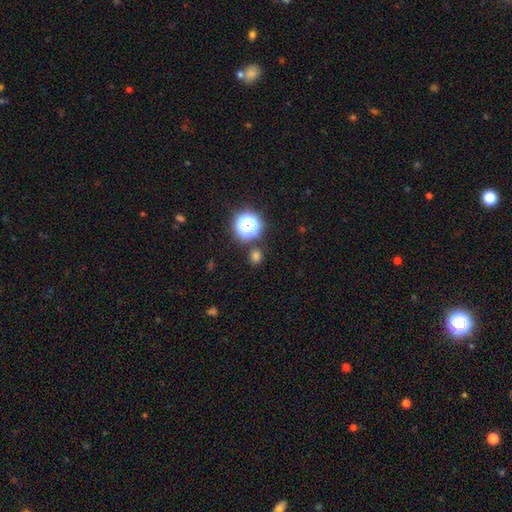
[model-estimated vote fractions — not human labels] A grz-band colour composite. It shows a smooth galaxy with no disk features (71%) that is round (78%). Merging: none (81%).